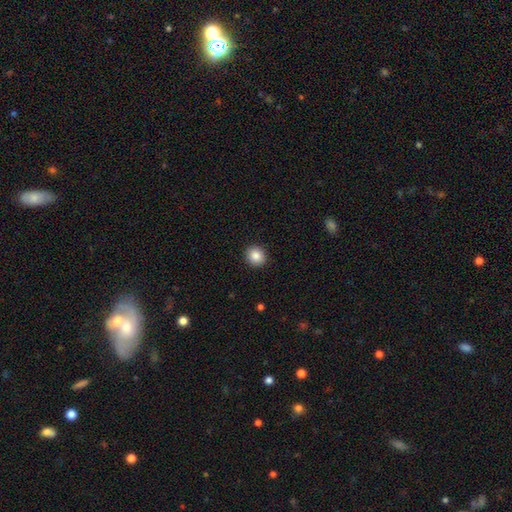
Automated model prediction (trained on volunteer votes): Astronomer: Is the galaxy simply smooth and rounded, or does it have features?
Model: smooth — 86%.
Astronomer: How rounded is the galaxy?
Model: round — 88%.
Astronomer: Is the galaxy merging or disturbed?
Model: none — 92%.